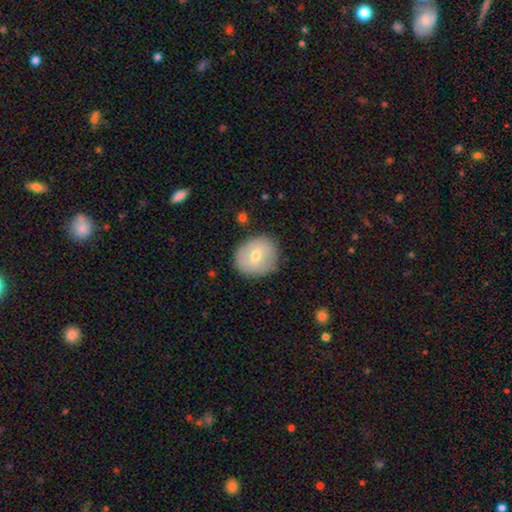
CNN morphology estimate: Smooth or featured? smooth (60%)
How rounded? round (82%)
Merging? none (83%)